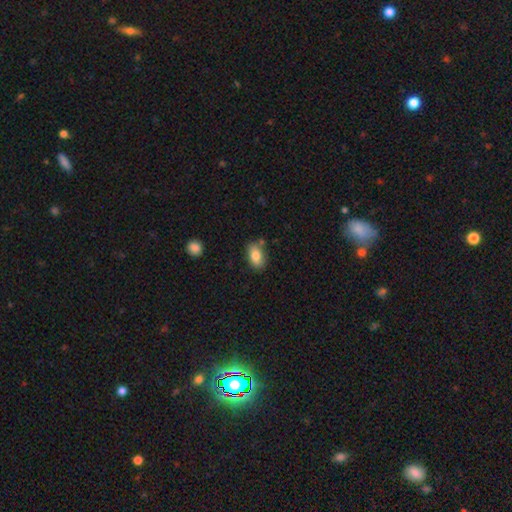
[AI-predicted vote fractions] Q: Smooth or featured?
A: smooth (82%); runner-up: featured or disk (11%)
Q: How rounded?
A: in between (89%); runner-up: round (9%)
Q: Merging?
A: none (75%); runner-up: minor disturbance (16%)